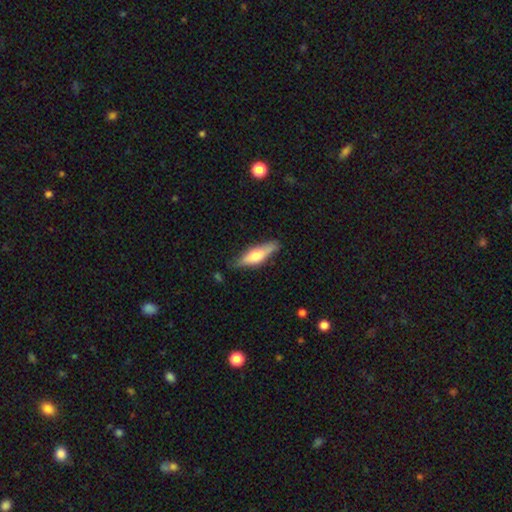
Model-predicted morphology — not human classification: Q: Smooth or featured?
A: smooth (49%); runner-up: featured or disk (45%)
Q: Merging?
A: none (79%); runner-up: minor disturbance (16%)